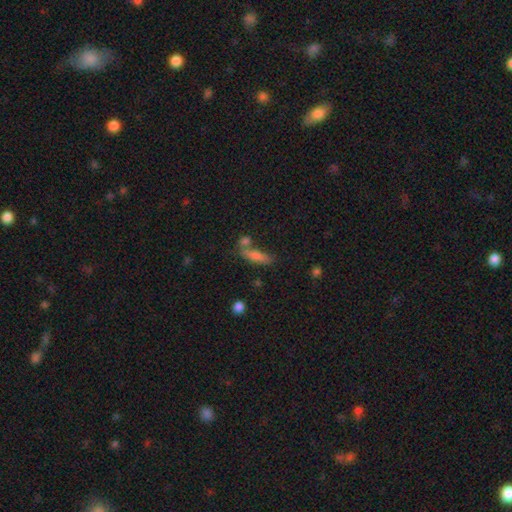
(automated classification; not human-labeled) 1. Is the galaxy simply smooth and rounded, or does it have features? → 71% smooth, 19% featured or disk, 10% star or artifact.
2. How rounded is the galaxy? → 59% cigar-shaped, 38% in between, 3% round.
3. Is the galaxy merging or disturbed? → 53% none, 27% merger, 14% minor disturbance, 6% major disturbance.